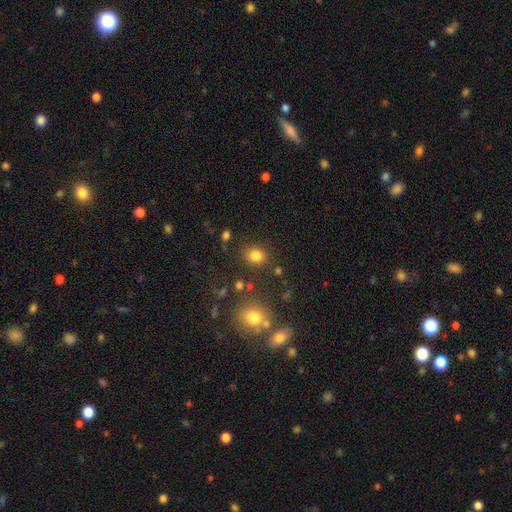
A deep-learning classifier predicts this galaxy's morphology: This appears to be a smooth galaxy with no disk features (81%) that is round (56%). Merging: none (81%).